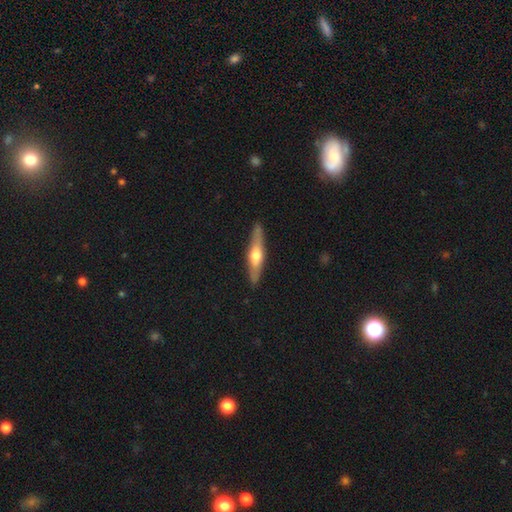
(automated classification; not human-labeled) Morphology: type=featured or disk (56%); edge-on=yes (92%); edge-on bulge=rounded (90%); merging=none (89%).